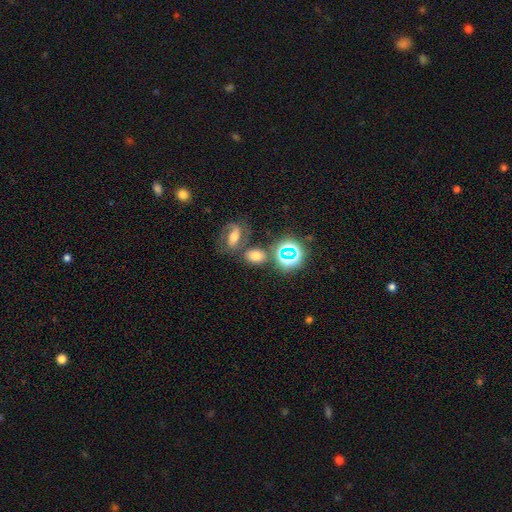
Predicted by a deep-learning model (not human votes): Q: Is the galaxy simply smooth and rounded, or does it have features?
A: smooth — 60%.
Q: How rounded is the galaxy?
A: in between — 62%.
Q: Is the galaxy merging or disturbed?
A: none — 63%.